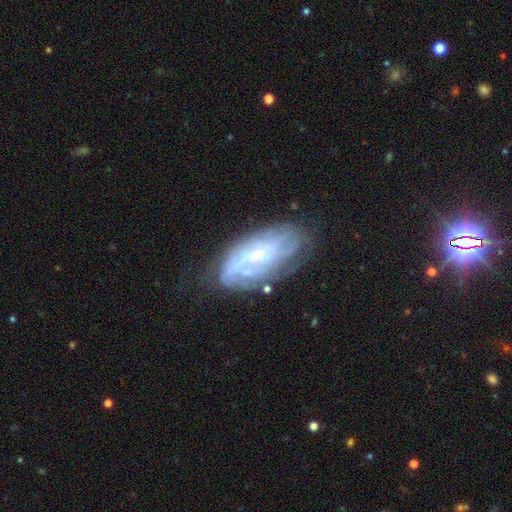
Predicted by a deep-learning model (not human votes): Overall: featured or disk (71%). Edge-on disk: no (91%). Bar: no (49%; weak 39%). Spiral arms: yes (79%). Spiral arm count: can't tell (56%). Spiral winding: tight (55%; medium 31%). Bulge size: small (56%; moderate 27%). Merging: none (60%; minor disturbance 24%).